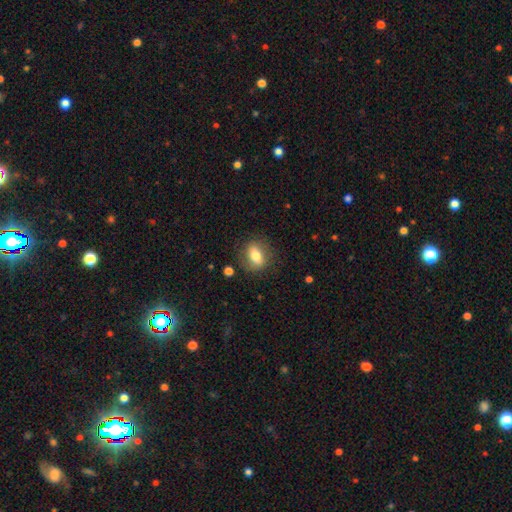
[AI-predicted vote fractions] Smooth or featured: smooth — 68% (featured or disk — 24%)
How rounded: in between — 63% (round — 34%)
Merging: none — 80% (minor disturbance — 14%)